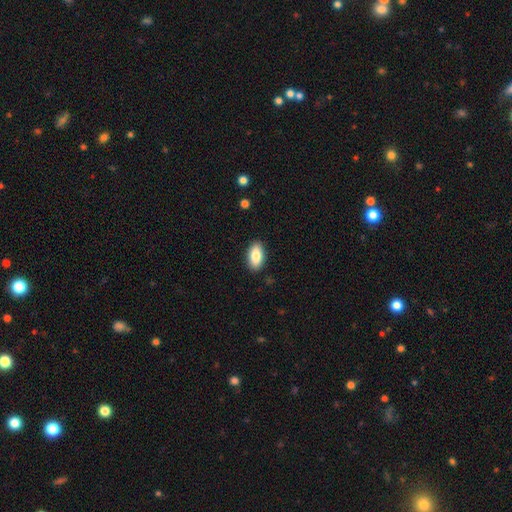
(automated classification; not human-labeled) Smooth or featured: smooth — 82% (featured or disk — 11%)
How rounded: in between — 91% (cigar-shaped — 5%)
Merging: none — 89% (minor disturbance — 8%)